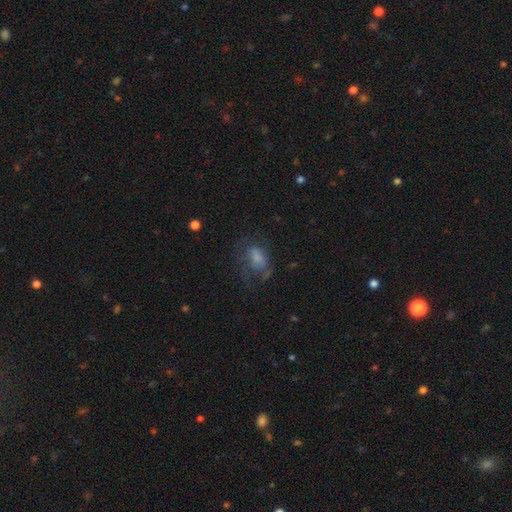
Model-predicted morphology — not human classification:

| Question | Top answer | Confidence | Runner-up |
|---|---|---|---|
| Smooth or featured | smooth | 49% | featured or disk (33%) |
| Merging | none | 47% | major disturbance (29%) |